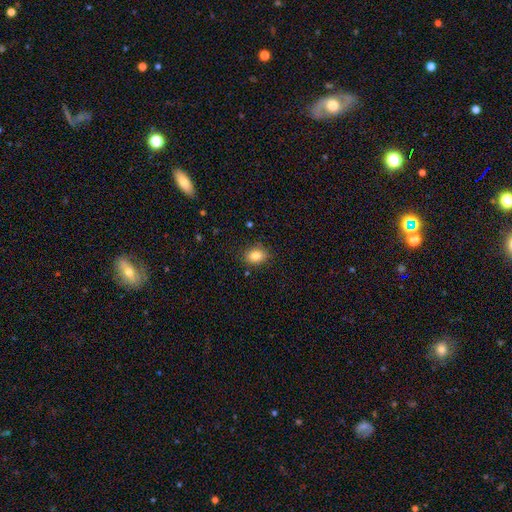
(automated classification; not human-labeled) Overall: smooth (84%). How rounded: in between (65%; round 34%). Merging: none (85%).